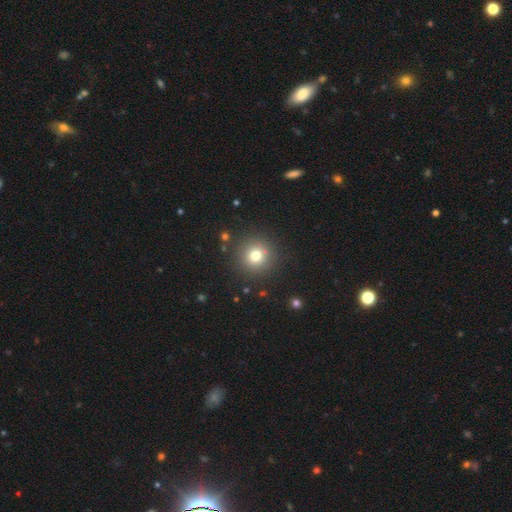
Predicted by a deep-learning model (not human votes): Overall: smooth (75%). How rounded: round (95%). Merging: none (89%).